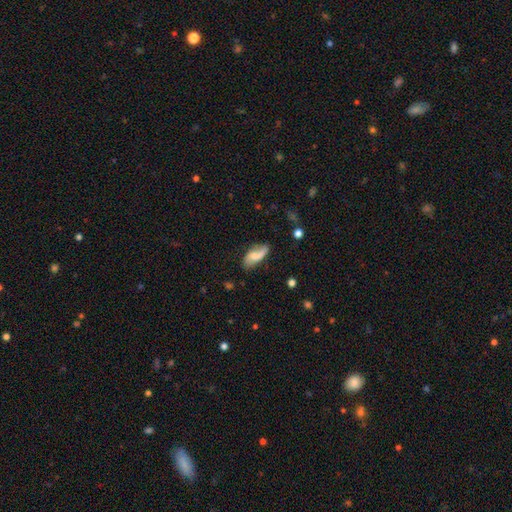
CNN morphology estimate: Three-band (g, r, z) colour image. It shows a featured or disk galaxy (51%). Merging: none (60%).